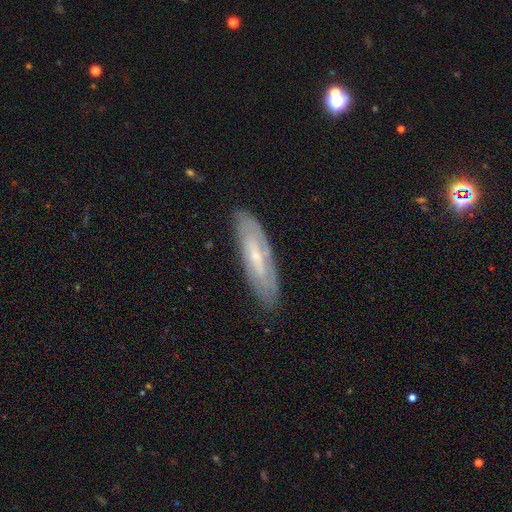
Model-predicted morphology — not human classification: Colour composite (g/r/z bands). It shows a featured or disk galaxy (64%). Merging: none (82%).